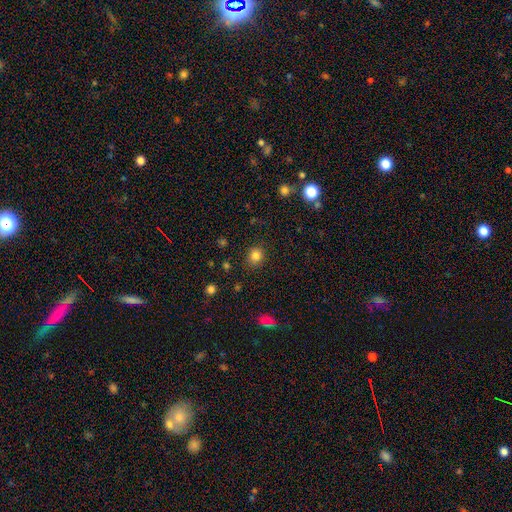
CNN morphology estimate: smooth-or-featured: smooth: 83% | star or artifact: 12% | featured or disk: 5%
  how-rounded: round: 81% | in between: 18% | cigar-shaped: 1%
  merging: none: 88% | minor disturbance: 8% | major disturbance: 3% | merger: 1%